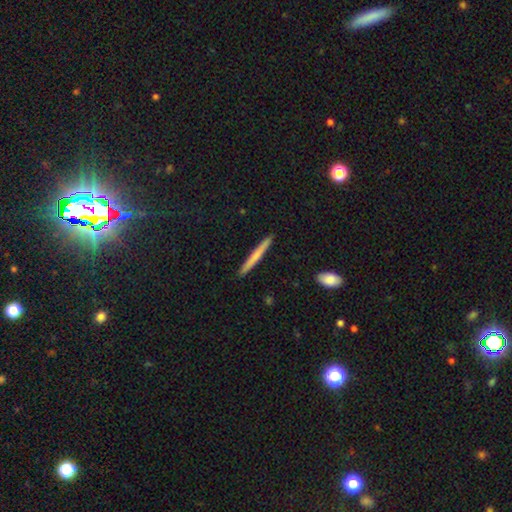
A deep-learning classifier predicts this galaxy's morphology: This is likely a smooth galaxy (63%). How rounded: clearly cigar-shaped (96%). Merging: clearly none (92%).